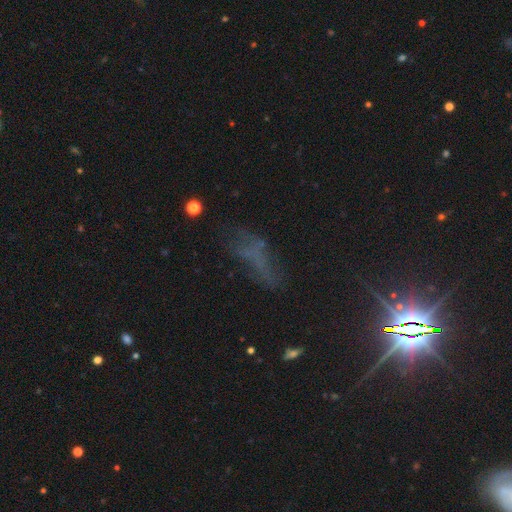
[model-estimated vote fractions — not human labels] Morphology: type=star or artifact (43%).